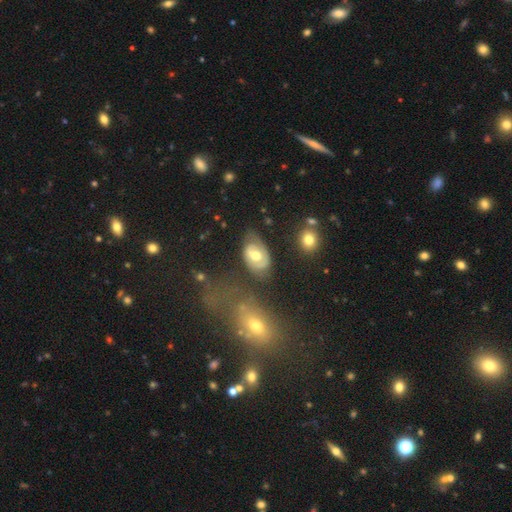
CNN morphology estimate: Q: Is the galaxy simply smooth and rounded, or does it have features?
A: featured or disk — 59%.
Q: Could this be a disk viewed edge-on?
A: no — 94%.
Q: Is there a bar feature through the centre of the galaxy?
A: no — 56%.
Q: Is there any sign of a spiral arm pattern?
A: yes — 60%.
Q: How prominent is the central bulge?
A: moderate — 74%.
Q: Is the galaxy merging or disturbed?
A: none — 60%.